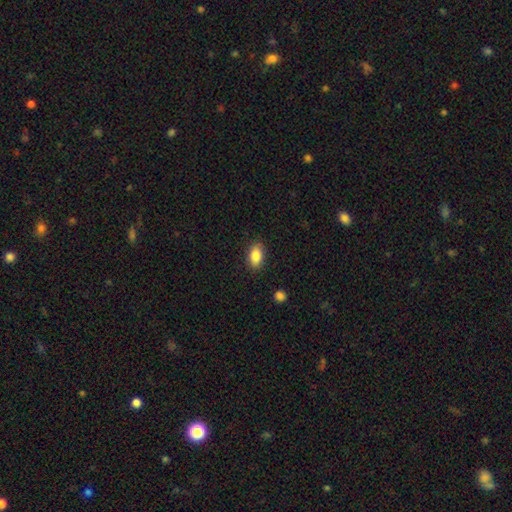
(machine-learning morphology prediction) A smooth galaxy with no disk features (86%) that is in between round and cigar-shaped (89%).

Vote fractions:
- Smooth or featured? smooth: 86% / star or artifact: 8% / featured or disk: 6%
- How rounded? in between: 89% / round: 9% / cigar-shaped: 3%
- Merging? none: 86% / minor disturbance: 10% / major disturbance: 2% / merger: 1%